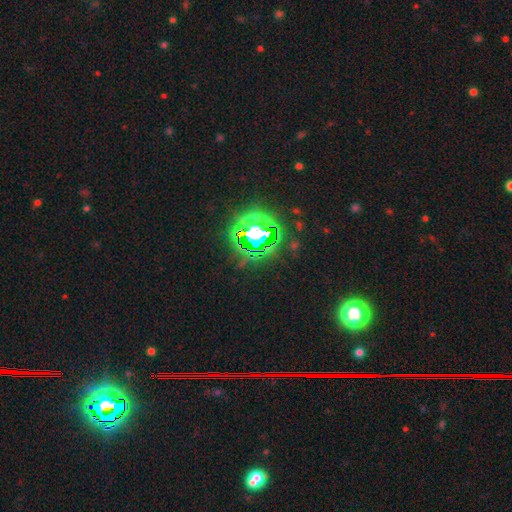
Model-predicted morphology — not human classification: This appears to be a star or artifact, not a galaxy (77%).